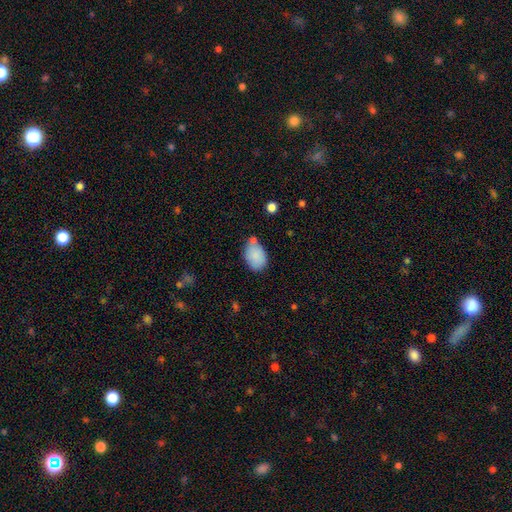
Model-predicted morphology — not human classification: The model was most divided on "merging": none: 58%, minor disturbance: 23%, merger: 13%, major disturbance: 6%. More confident: smooth or featured — smooth (85%); how rounded — in between (83%).